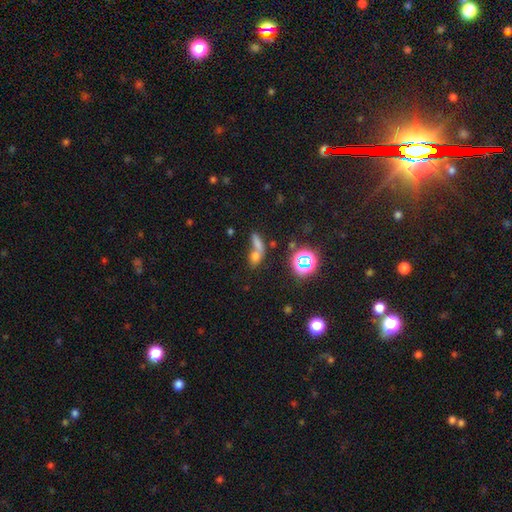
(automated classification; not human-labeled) The model was most divided on "merging": merger: 57%, none: 29%, minor disturbance: 8%, major disturbance: 7%. More confident: how rounded — in between (60%); smooth or featured — smooth (60%).